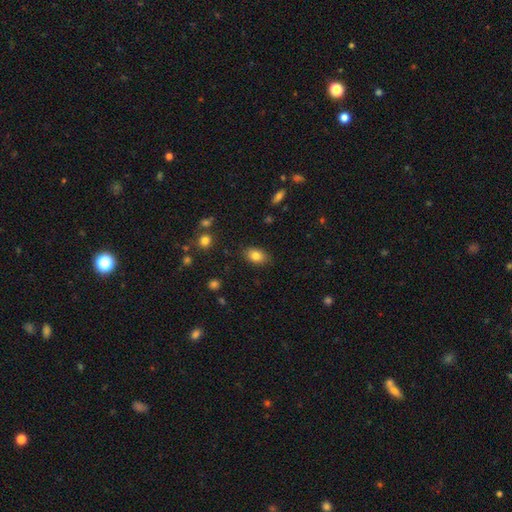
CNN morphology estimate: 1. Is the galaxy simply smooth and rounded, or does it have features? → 82% smooth, 9% featured or disk, 9% star or artifact.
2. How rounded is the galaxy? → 85% in between, 14% round, 2% cigar-shaped.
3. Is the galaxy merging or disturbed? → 85% none, 11% minor disturbance, 3% major disturbance, 1% merger.